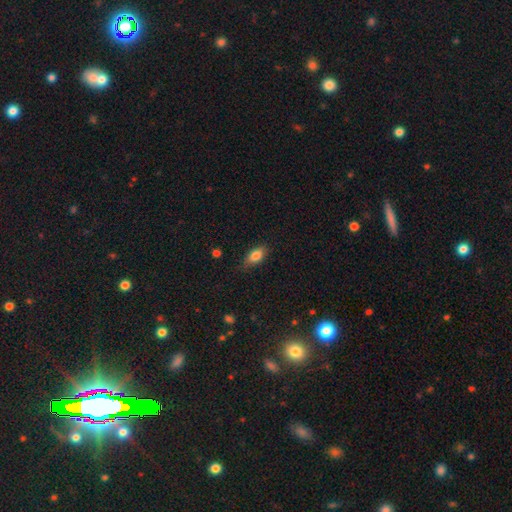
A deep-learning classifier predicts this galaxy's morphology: The model was most divided on "merging": none: 77%, minor disturbance: 18%, major disturbance: 3%, merger: 1%. More confident: how rounded — in between (86%); smooth or featured — smooth (82%).